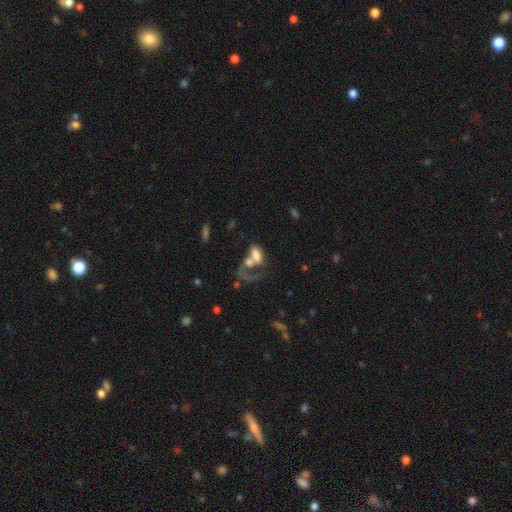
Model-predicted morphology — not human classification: This is possibly a smooth galaxy (56%). How rounded: clearly in between (86%). Merging: possibly merger (55%).